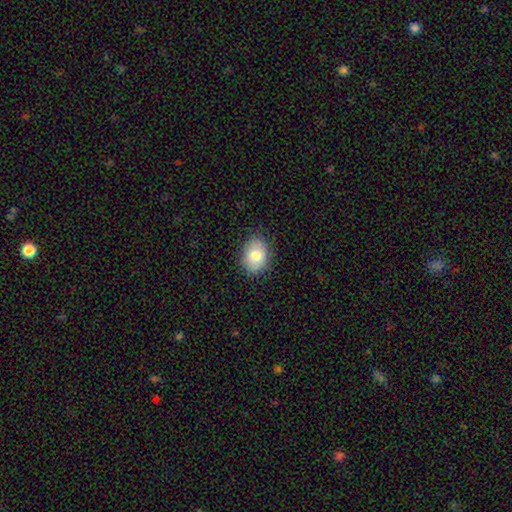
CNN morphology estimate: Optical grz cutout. It shows a smooth galaxy with no disk features (78%) that is in between round and cigar-shaped (68%). Merging: none (82%).